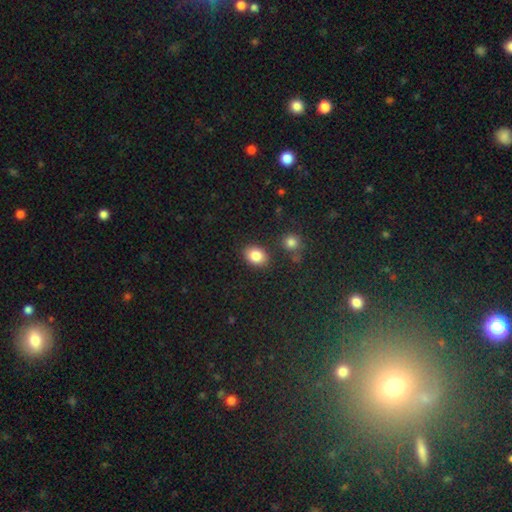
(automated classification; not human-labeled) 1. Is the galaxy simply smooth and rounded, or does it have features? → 84% smooth, 9% star or artifact, 7% featured or disk.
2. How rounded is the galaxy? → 69% in between, 30% round, 1% cigar-shaped.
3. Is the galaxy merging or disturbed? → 84% none, 9% minor disturbance, 4% merger, 3% major disturbance.